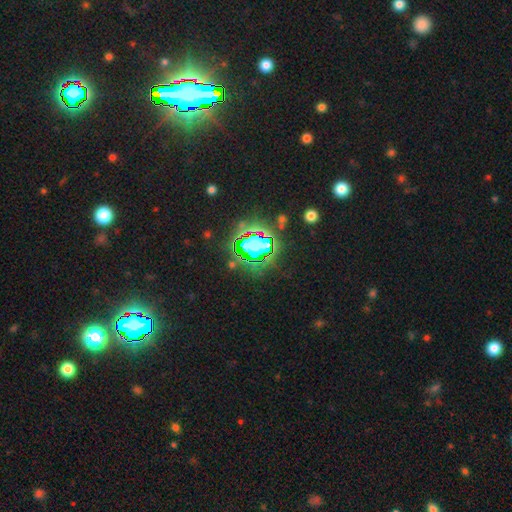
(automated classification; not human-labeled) Smooth or featured? star or artifact (65%)